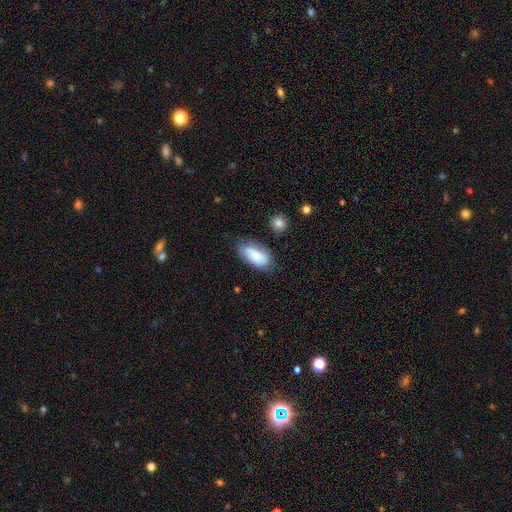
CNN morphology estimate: Overall: smooth (78%). How rounded: in between (91%). Merging: none (66%).